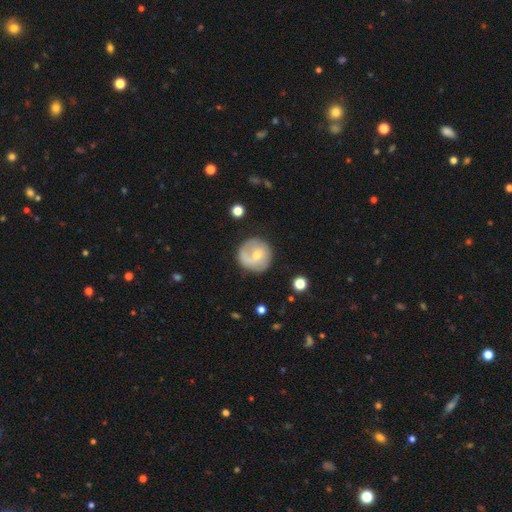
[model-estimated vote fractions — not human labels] smooth-or-featured: featured or disk: 52% | smooth: 41% | star or artifact: 6%
  disk-edge-on: no: 97% | yes: 3%
    bar: no: 57% | weak: 36% | strong: 7%
    has-spiral-arms: yes: 74% | no: 26%
    bulge-size: small: 52% | moderate: 40% | none: 5% | large: 2% | dominant: 1%
  merging: none: 73% | minor disturbance: 17% | major disturbance: 8% | merger: 2%